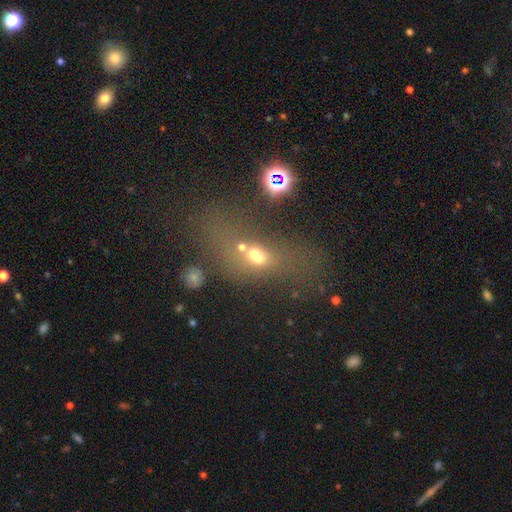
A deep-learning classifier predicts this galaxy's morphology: type=smooth (47%); merging=merger (48%).